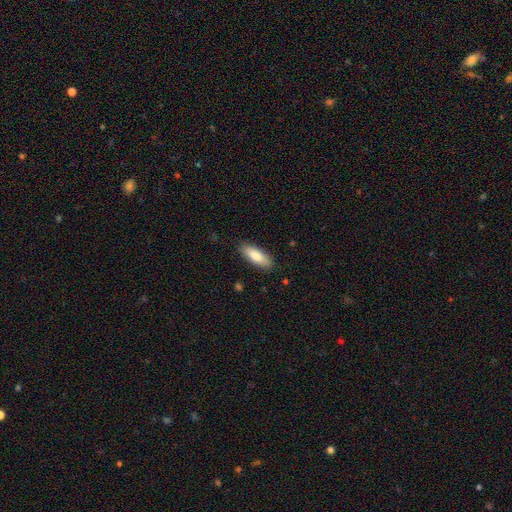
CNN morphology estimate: smooth-or-featured: smooth: 84% | featured or disk: 11% | star or artifact: 6%
  how-rounded: in between: 66% | cigar-shaped: 32% | round: 2%
  merging: none: 87% | minor disturbance: 9% | major disturbance: 2% | merger: 1%